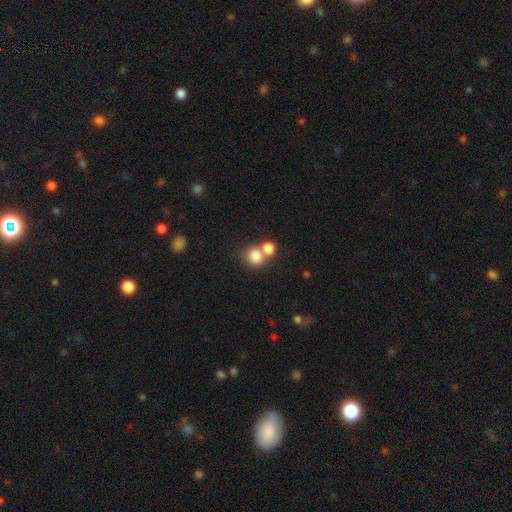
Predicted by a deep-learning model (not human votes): smooth 80%, star or artifact 11%, featured or disk 9%. Down the decision tree: how rounded — round (77%); merging — merger (48%).